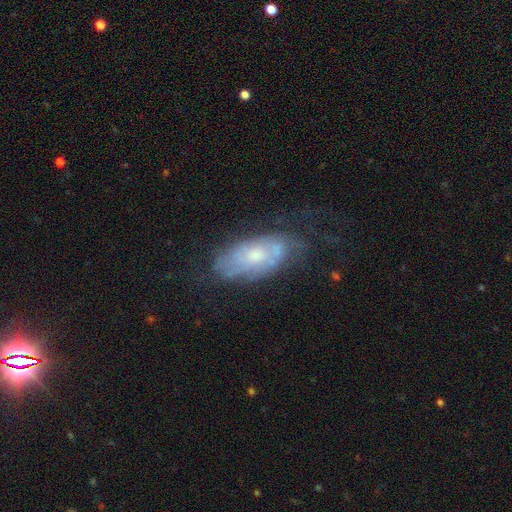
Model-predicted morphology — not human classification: Smooth or featured?
  - featured or disk: 60% *
  - smooth: 31%
  - star or artifact: 8%
Edge-on disk?
  - no: 89% *
  - yes: 11%
Bar?
  - no: 79% *
  - weak: 18%
  - strong: 3%
Spiral arms?
  - yes: 59% *
  - no: 41%
Bulge size?
  - moderate: 49% *
  - small: 41%
  - large: 5%
  - none: 4%
  - dominant: 1%
Merging?
  - none: 54% *
  - minor disturbance: 27%
  - major disturbance: 16%
  - merger: 3%